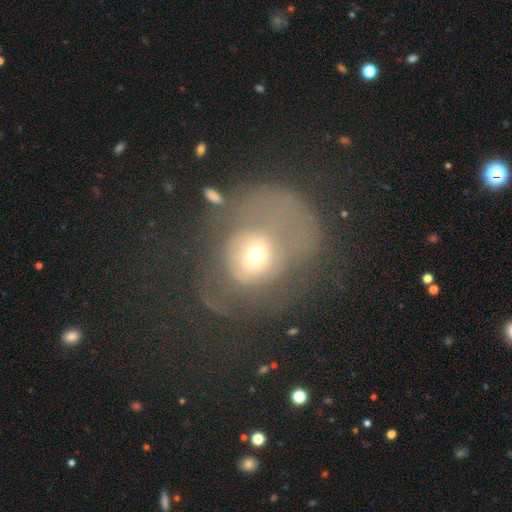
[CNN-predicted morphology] The model was most divided on "smooth or featured": smooth: 43%, featured or disk: 42%, star or artifact: 15%. More confident: merging — major disturbance (53%).